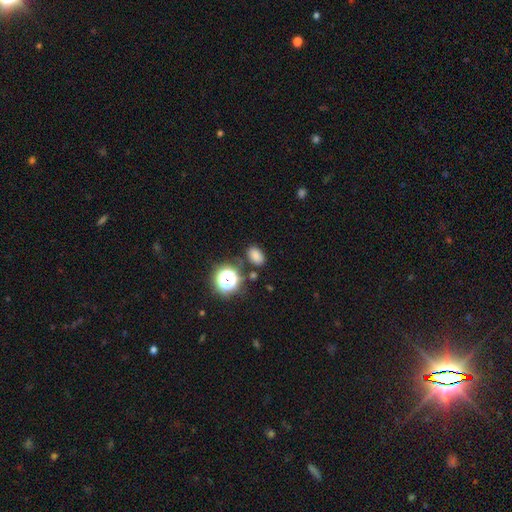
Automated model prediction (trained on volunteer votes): The model was most divided on "smooth or featured": smooth: 76%, star or artifact: 19%, featured or disk: 6%. More confident: merging — none (78%); how rounded — in between (78%).